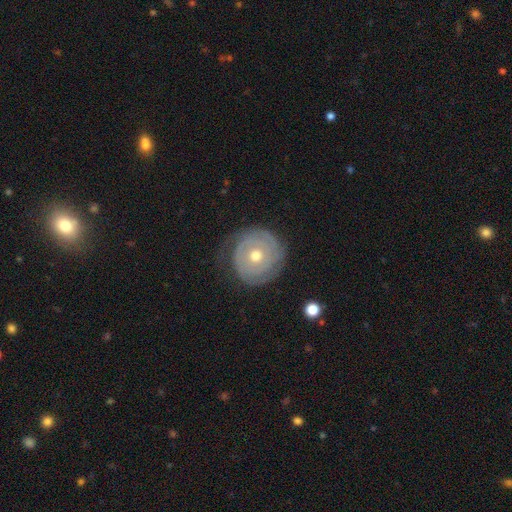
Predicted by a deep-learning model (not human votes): A featured or disk galaxy (76%) with no bar (84%), tight (82%) spiral arms (84%) and a moderate central bulge (64%).

Vote fractions:
- Smooth or featured? featured or disk: 76% / smooth: 18% / star or artifact: 6%
- Edge-on disk? no: 97% / yes: 3%
- Bar? no: 84% / weak: 13% / strong: 4%
- Spiral arms? yes: 84% / no: 16%
- Spiral winding? tight: 82% / medium: 12% / loose: 6%
- Spiral arm count? can't tell: 36% / 2: 35% / 3: 11% / 1: 9% / 4: 5% / more than 4: 4%
- Bulge size? moderate: 64% / small: 32% / large: 2% / dominant: 1% / none: 1%
- Merging? none: 73% / minor disturbance: 17% / major disturbance: 8% / merger: 1%